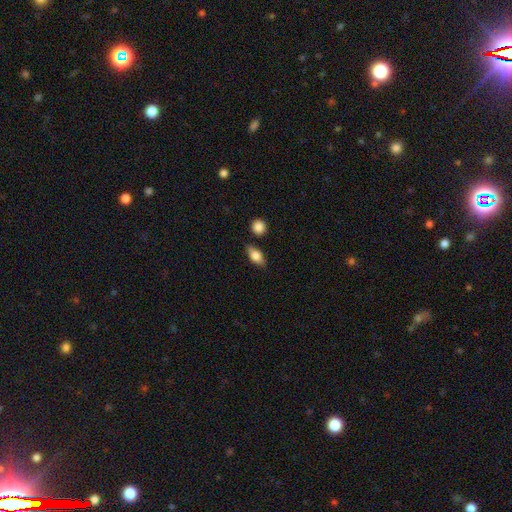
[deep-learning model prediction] Smooth or featured? smooth (74%)
How rounded? in between (82%)
Merging? none (80%)